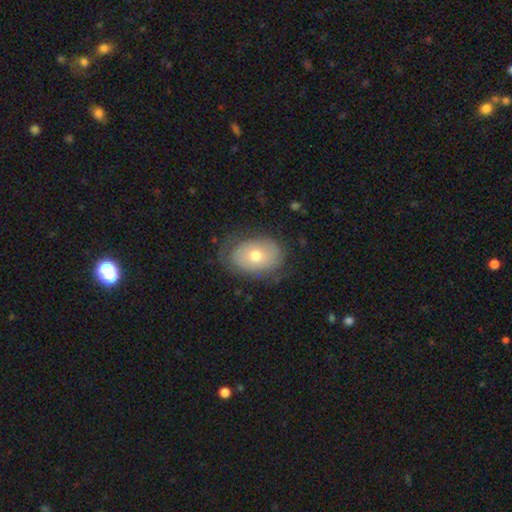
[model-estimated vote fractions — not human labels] This is possibly a smooth galaxy (58%). How rounded: likely in between (74%). Merging: likely none (68%).